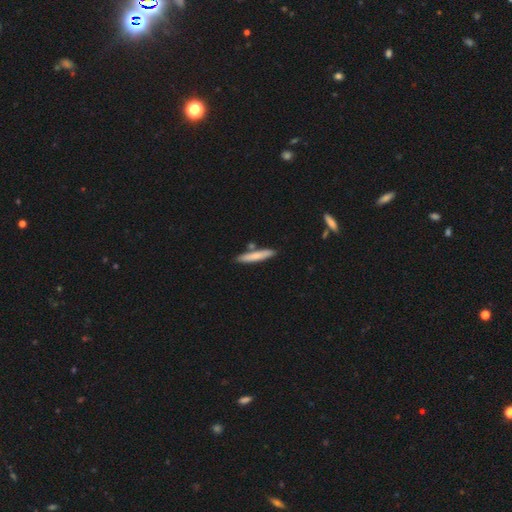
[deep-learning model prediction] Smooth or featured?
  - smooth: 74% *
  - featured or disk: 21%
  - star or artifact: 6%
How rounded?
  - cigar-shaped: 91% *
  - in between: 8%
  - round: 1%
Merging?
  - none: 80% *
  - minor disturbance: 11%
  - merger: 7%
  - major disturbance: 2%